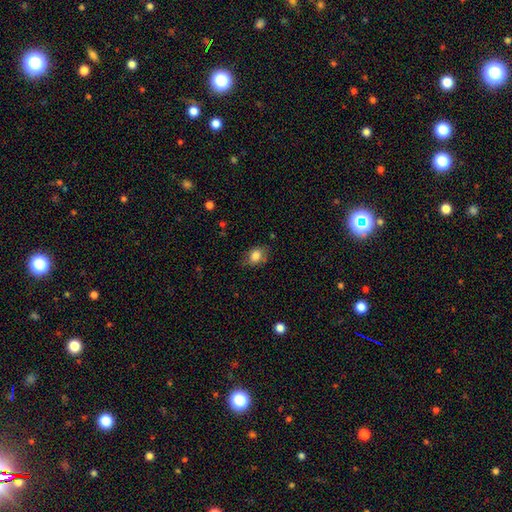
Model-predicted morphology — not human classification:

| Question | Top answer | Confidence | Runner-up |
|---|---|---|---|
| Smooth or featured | smooth | 82% | featured or disk (10%) |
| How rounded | in between | 70% | round (29%) |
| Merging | none | 71% | minor disturbance (21%) |